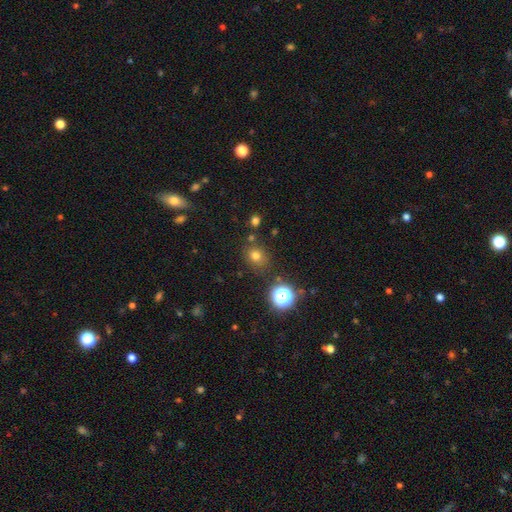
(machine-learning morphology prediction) type=smooth (70%); roundness=round (71%); merging=none (77%).